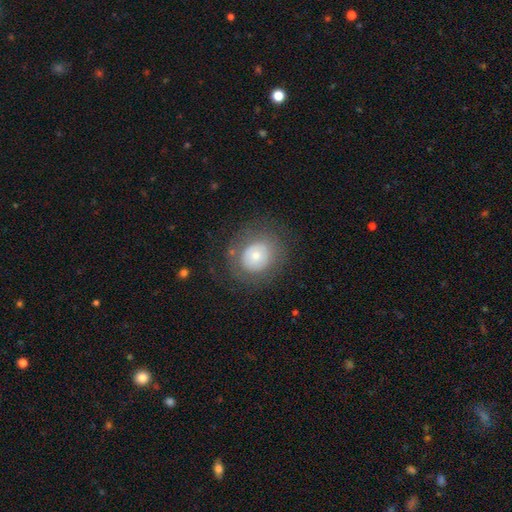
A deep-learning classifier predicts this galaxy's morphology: Smooth or featured? Predicted: smooth (p=0.63). How rounded? Predicted: round (p=0.76). Merging? Predicted: none (p=0.75).